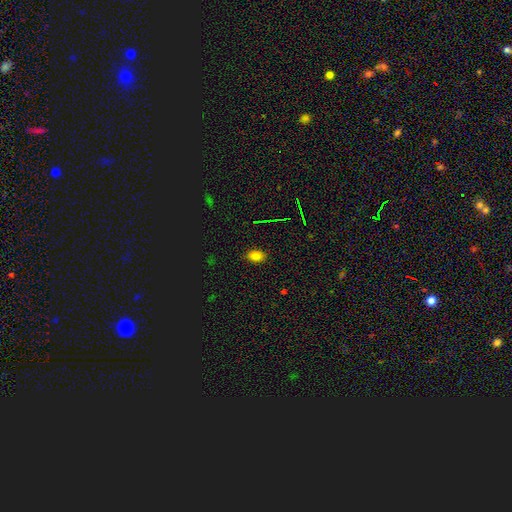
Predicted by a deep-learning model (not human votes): Q: Smooth or featured?
A: smooth (78%); runner-up: star or artifact (15%)
Q: How rounded?
A: in between (84%); runner-up: round (14%)
Q: Merging?
A: none (87%); runner-up: minor disturbance (10%)